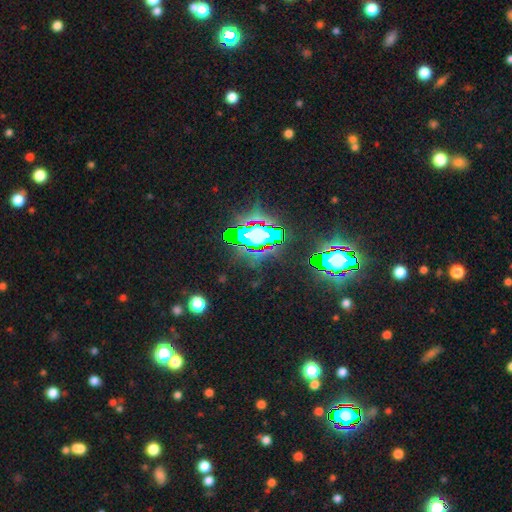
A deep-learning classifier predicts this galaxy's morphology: Smooth or featured? Predicted: star or artifact (p=0.81).